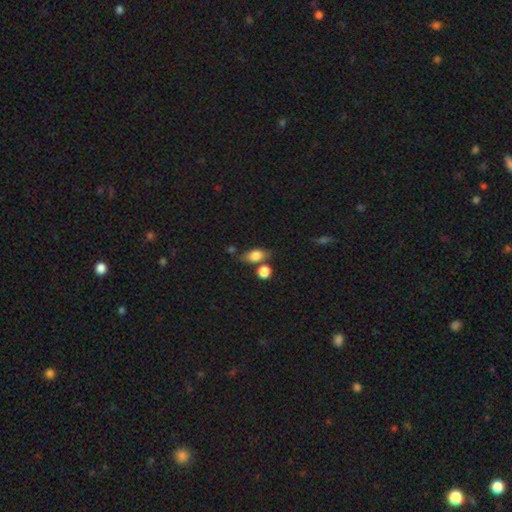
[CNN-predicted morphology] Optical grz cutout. It shows a smooth galaxy with no disk features (79%) that is in between round and cigar-shaped (76%). Merging: none (62%).